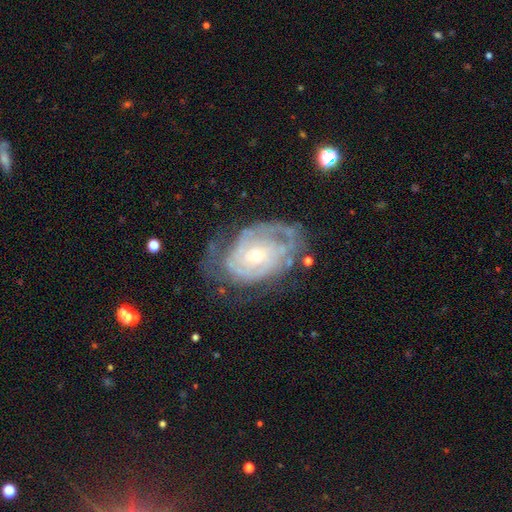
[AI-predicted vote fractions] This is clearly a featured or disk galaxy (82%). It is clearly not viewed edge-on (96%). Bar: likely no (70%). Spiral arm pattern: clearly yes (88%). Spiral arm count: possibly can't tell (46%). Spiral winding: likely tight (67%). Central bulge: likely small (63%). Merging: possibly none (55%).